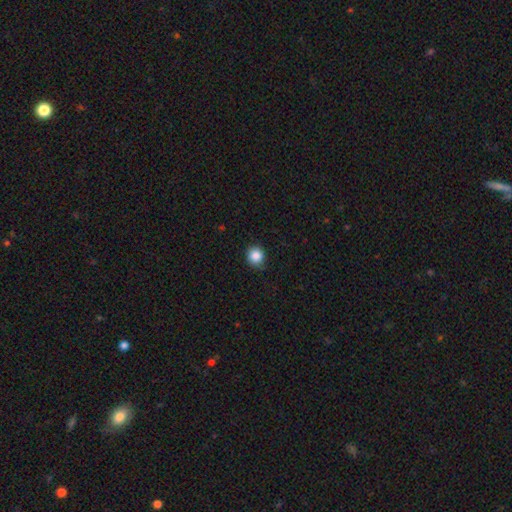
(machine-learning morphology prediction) A smooth galaxy with no disk features (87%) that is round (86%).

Vote fractions:
- Smooth or featured? smooth: 87% / star or artifact: 9% / featured or disk: 4%
- How rounded? round: 86% / in between: 13% / cigar-shaped: 1%
- Merging? none: 82% / minor disturbance: 15% / major disturbance: 3% / merger: 1%